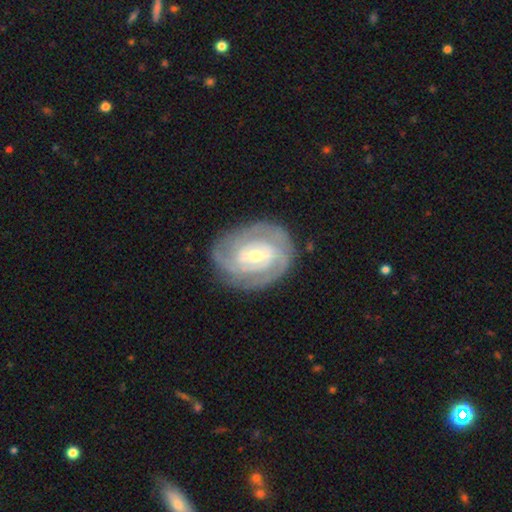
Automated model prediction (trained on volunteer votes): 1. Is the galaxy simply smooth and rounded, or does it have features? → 88% featured or disk, 8% smooth, 4% star or artifact.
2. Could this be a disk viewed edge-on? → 97% no, 3% yes.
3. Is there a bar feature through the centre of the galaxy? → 48% weak, 30% no, 21% strong.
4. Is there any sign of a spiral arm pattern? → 96% yes, 4% no.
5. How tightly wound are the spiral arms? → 74% tight, 22% medium, 4% loose.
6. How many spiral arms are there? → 40% 2, 23% 3, 21% can't tell, 7% 4, 4% 1, 4% more than 4.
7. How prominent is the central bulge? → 53% moderate, 42% small, 3% large, 1% none, 1% dominant.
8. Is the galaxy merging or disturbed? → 79% none, 15% minor disturbance, 5% major disturbance, 1% merger.